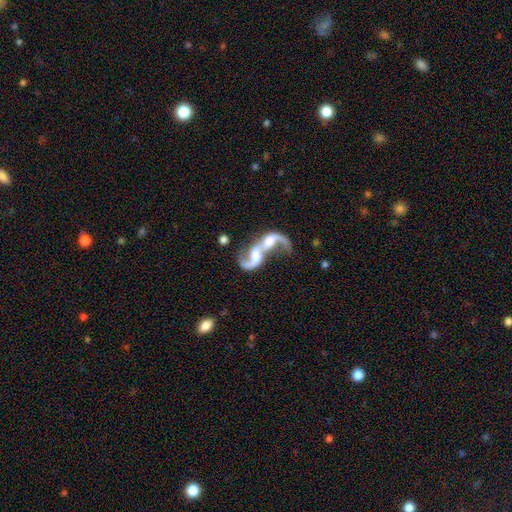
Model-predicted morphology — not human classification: Smooth or featured: featured or disk — 80% (smooth — 12%)
Edge-on disk: no — 96% (yes — 4%)
Bar: no — 44% (weak — 37%)
Spiral arms: yes — 87% (no — 13%)
Spiral winding: loose — 83% (medium — 14%)
Spiral arm count: 2 — 80% (1 — 13%)
Bulge size: moderate — 42% (small — 19%)
Merging: merger — 71% (none — 13%)